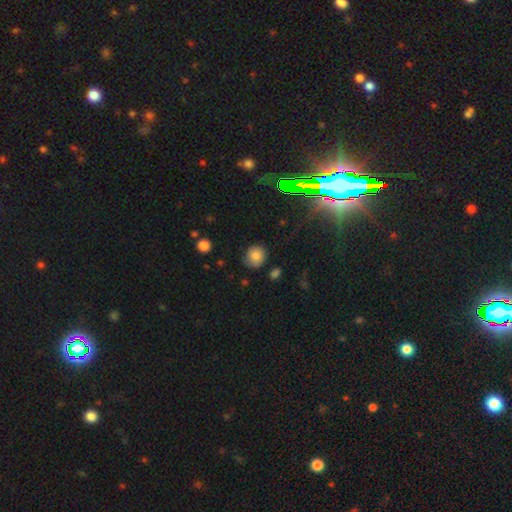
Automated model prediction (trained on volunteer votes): Morphology: type=smooth (75%); roundness=round (83%); merging=none (72%).